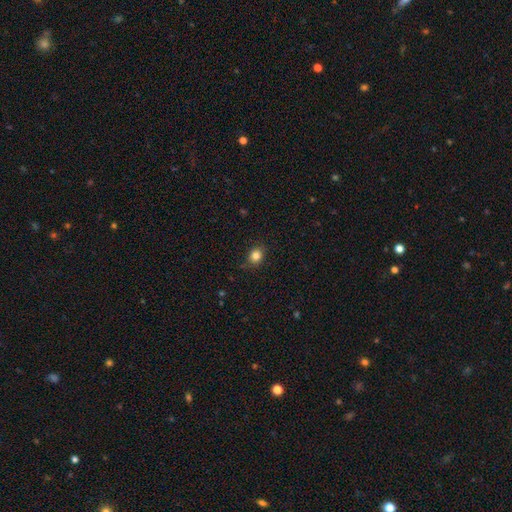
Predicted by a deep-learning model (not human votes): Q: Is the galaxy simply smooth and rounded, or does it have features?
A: smooth — 83%.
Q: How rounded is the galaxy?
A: round — 65%.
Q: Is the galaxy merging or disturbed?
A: none — 84%.